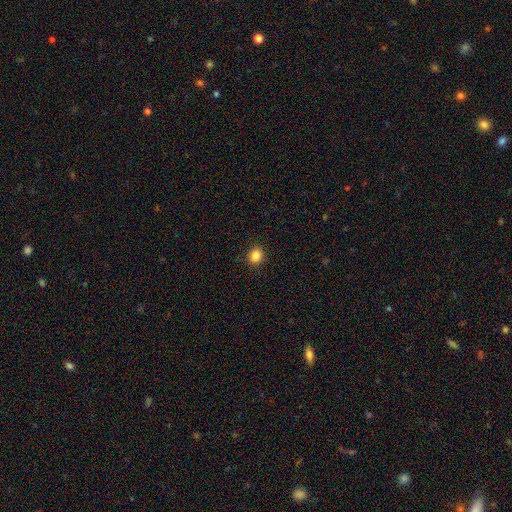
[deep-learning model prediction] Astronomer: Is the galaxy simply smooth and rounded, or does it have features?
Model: smooth — 84%.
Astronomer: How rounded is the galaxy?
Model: round — 85%.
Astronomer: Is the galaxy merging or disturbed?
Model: none — 92%.